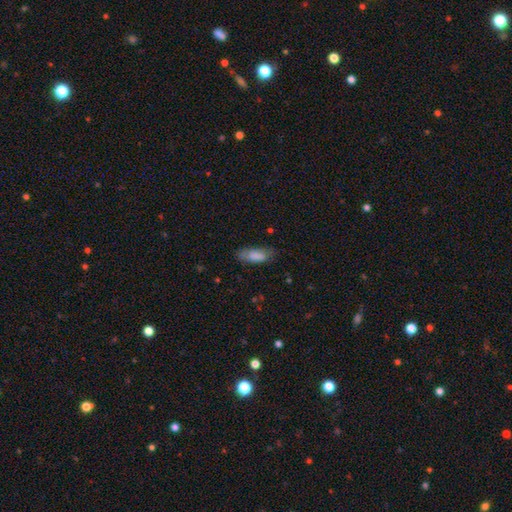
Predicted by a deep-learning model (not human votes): smooth_or_featured: smooth (p=0.81) [alt: featured or disk p=0.12]
how_rounded: in between (p=0.74) [alt: cigar-shaped p=0.24]
merging: none (p=0.69) [alt: minor disturbance p=0.23]